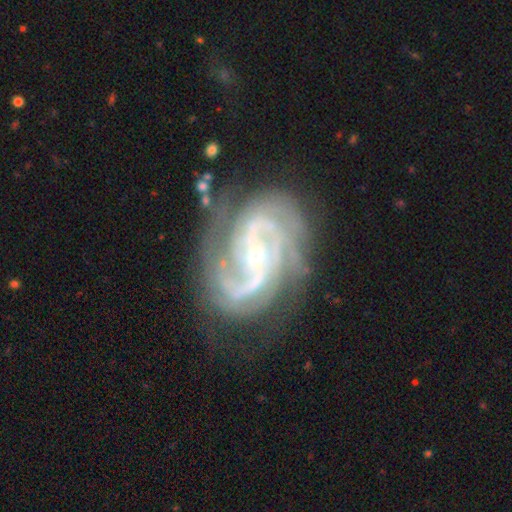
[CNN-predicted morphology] smooth-or-featured: featured or disk: 91% | star or artifact: 5% | smooth: 3%
  disk-edge-on: no: 97% | yes: 3%
    bar: no: 51% | weak: 32% | strong: 17%
    has-spiral-arms: yes: 98% | no: 2%
      spiral-winding: tight: 48% | medium: 43% | loose: 9%
      spiral-arm-count: 2: 51% | 3: 21% | can't tell: 11% | 4: 7% | more than 4: 5% | 1: 5%
    bulge-size: small: 73% | moderate: 24% | large: 1% | none: 1% | dominant: 1%
  merging: none: 68% | minor disturbance: 20% | major disturbance: 10% | merger: 2%